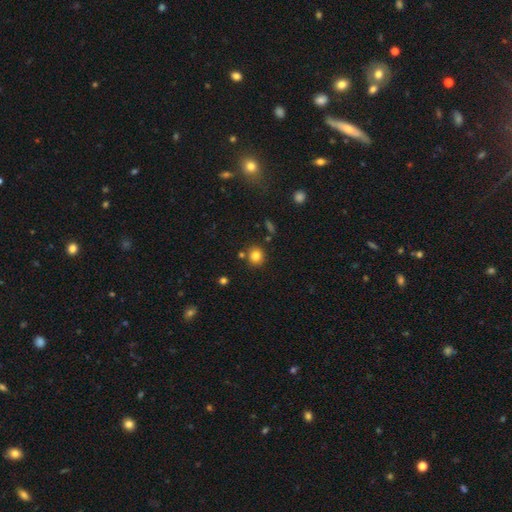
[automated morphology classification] This is clearly a smooth galaxy (81%). How rounded: clearly round (87%). Merging: clearly none (81%).